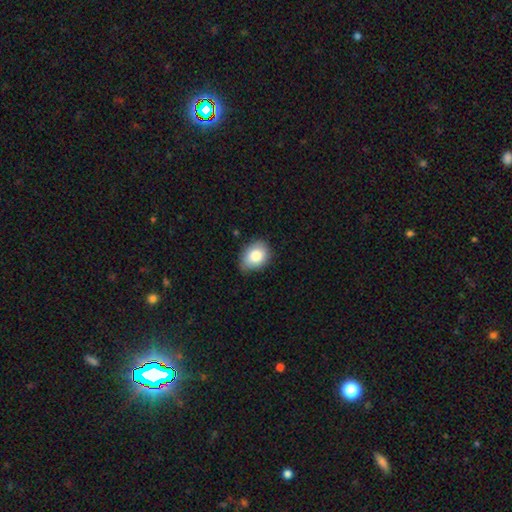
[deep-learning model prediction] smooth_or_featured: smooth (p=0.83) [alt: featured or disk p=0.10]
how_rounded: in between (p=0.69) [alt: round p=0.30]
merging: none (p=0.67) [alt: minor disturbance p=0.28]